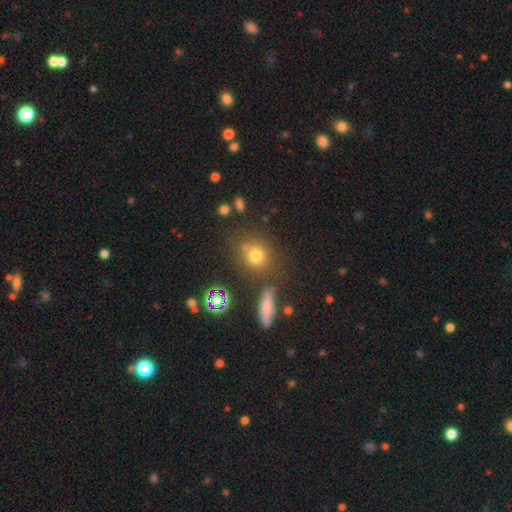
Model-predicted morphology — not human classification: This is likely a smooth galaxy (70%). How rounded: likely round (77%). Merging: likely none (71%).